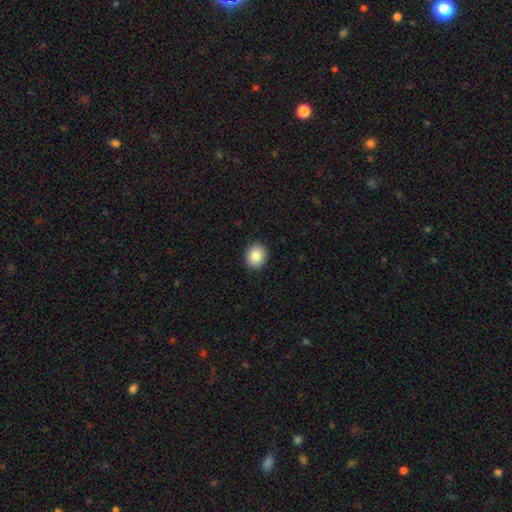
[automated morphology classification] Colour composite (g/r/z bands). It shows a smooth galaxy with no disk features (86%) that is round (70%). Merging: none (91%).